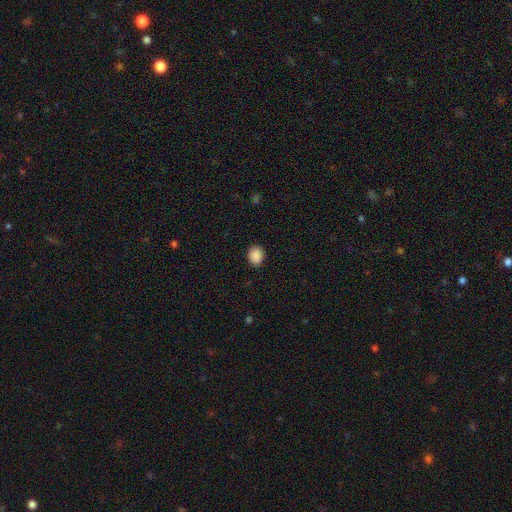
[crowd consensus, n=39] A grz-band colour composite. It shows a smooth galaxy with no disk features (95%) that is round (70%). Merging: none (84%).